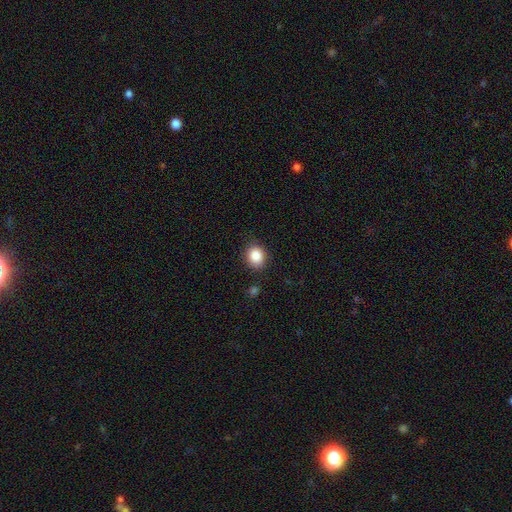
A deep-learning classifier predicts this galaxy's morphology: Smooth or featured? smooth (86%)
How rounded? round (68%)
Merging? none (85%)